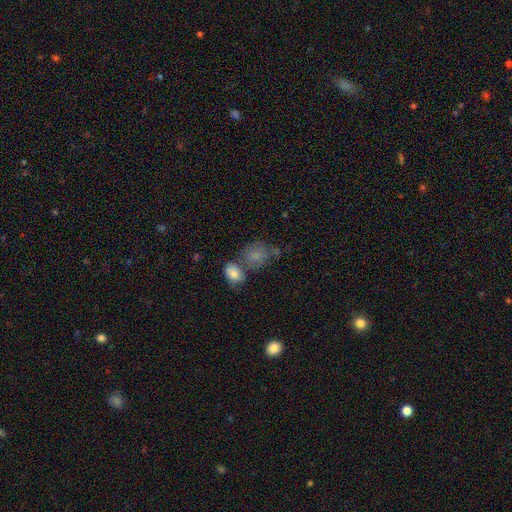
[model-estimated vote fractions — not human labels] Smooth or featured? smooth (72%)
How rounded? round (60%)
Merging? none (44%)